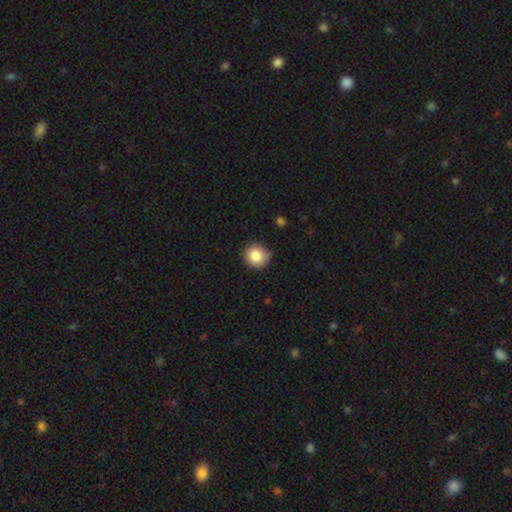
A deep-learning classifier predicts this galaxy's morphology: type=smooth (85%); roundness=round (92%); merging=none (81%).